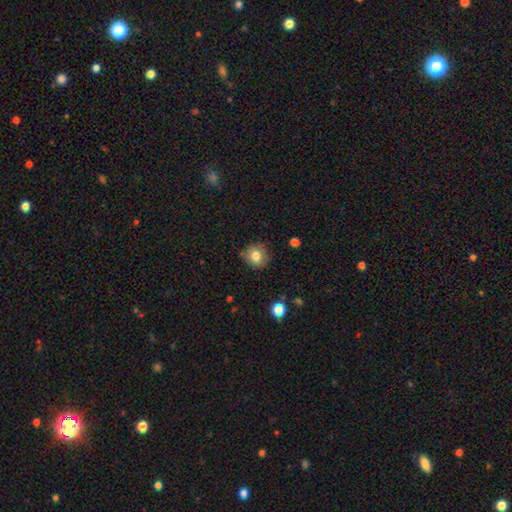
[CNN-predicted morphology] This appears to be a smooth galaxy with no disk features (80%) that is round (87%). Merging: none (85%).